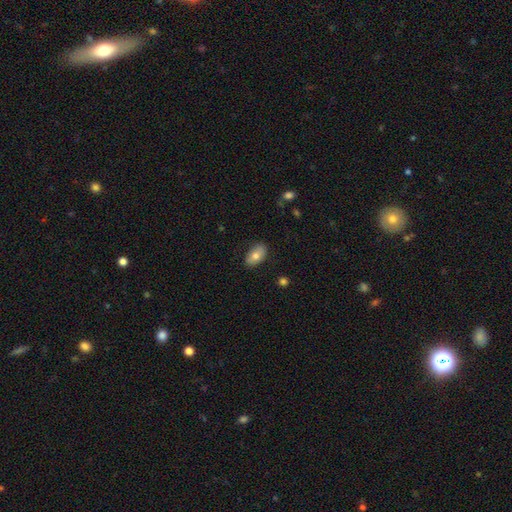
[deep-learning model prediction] Smooth or featured? smooth (76%)
How rounded? in between (92%)
Merging? none (81%)